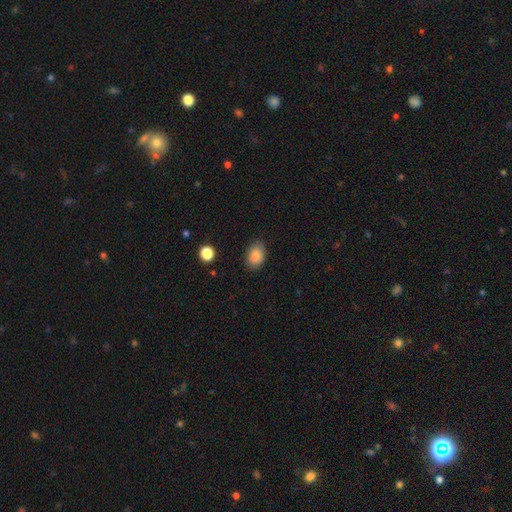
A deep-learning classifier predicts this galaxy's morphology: Smooth or featured: smooth — 87% (star or artifact — 8%)
How rounded: in between — 82% (round — 17%)
Merging: none — 83% (minor disturbance — 13%)